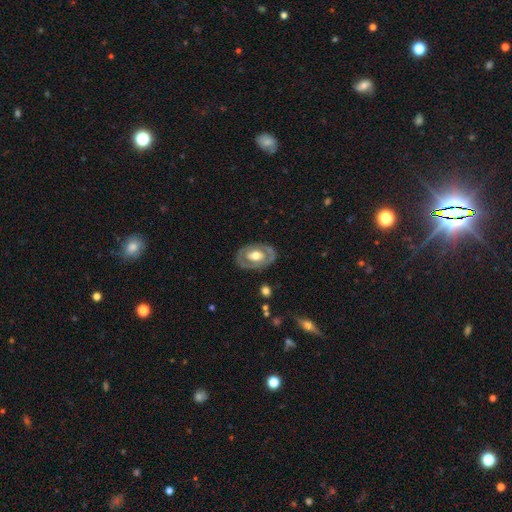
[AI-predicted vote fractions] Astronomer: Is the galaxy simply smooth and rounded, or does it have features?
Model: featured or disk — 63%.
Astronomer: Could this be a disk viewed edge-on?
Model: no — 92%.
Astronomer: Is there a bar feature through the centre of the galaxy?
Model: no — 72%.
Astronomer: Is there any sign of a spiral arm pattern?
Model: no — 69%.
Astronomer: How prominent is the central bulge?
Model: moderate — 58% (runner-up: large, 34%).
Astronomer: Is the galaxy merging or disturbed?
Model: none — 78%.